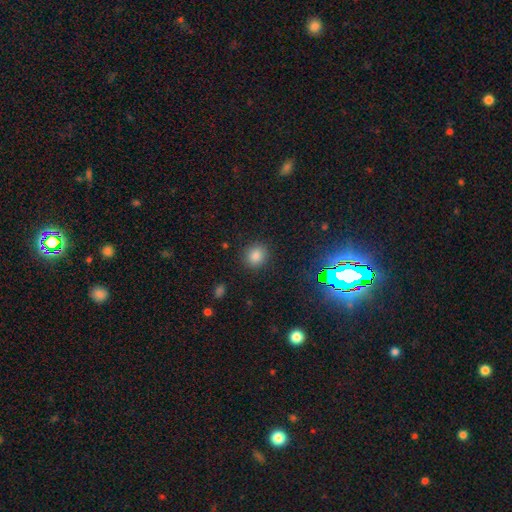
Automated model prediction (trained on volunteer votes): A smooth galaxy with no disk features (81%) that is round (80%).

Vote fractions:
- Smooth or featured? smooth: 81% / star or artifact: 14% / featured or disk: 5%
- How rounded? round: 80% / in between: 19% / cigar-shaped: 1%
- Merging? none: 88% / minor disturbance: 8% / major disturbance: 3% / merger: 1%